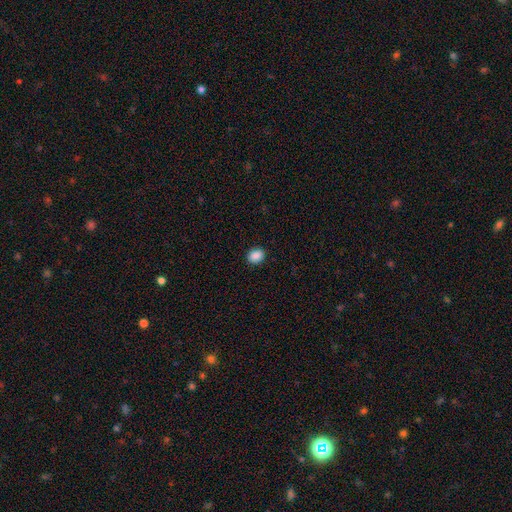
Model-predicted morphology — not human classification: A smooth galaxy with no disk features (89%) that is round (51%).

Vote fractions:
- Smooth or featured? smooth: 89% / star or artifact: 8% / featured or disk: 3%
- How rounded? round: 51% / in between: 48% / cigar-shaped: 1%
- Merging? none: 90% / minor disturbance: 7% / major disturbance: 2% / merger: 1%